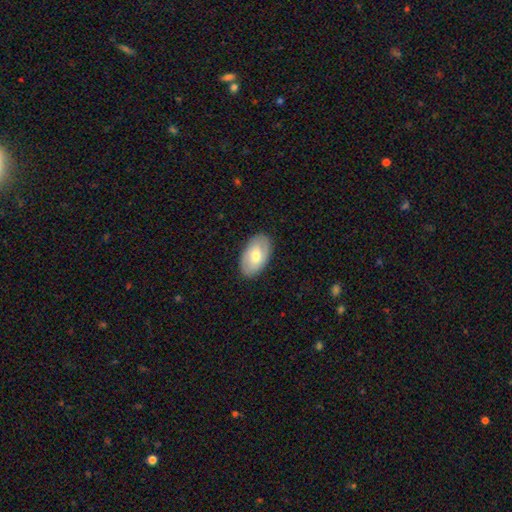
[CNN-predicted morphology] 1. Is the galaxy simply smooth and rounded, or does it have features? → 59% smooth, 35% featured or disk, 6% star or artifact.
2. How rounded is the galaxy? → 93% in between, 5% round, 1% cigar-shaped.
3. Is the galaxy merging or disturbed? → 86% none, 10% minor disturbance, 3% major disturbance, 1% merger.